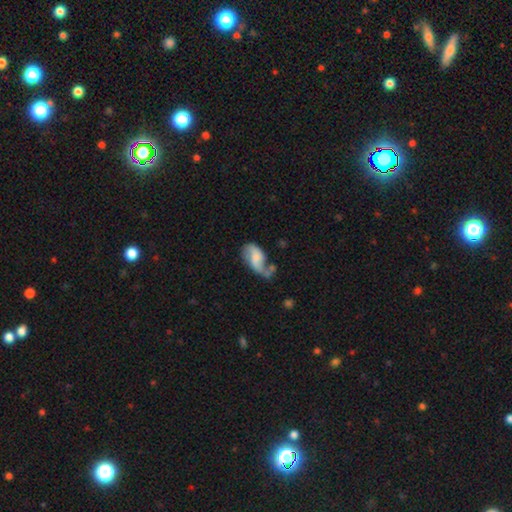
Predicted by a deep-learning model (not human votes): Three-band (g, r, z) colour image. It shows a featured or disk galaxy (60%) with no bar (47%), 2 (71%) loose (64%) spiral arms (86%) and a small central bulge (34%). Merging: none (35%).